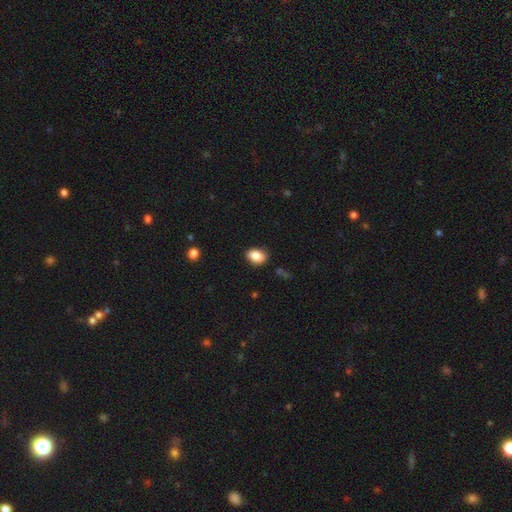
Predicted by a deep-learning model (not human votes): Smooth or featured: smooth — 87% (star or artifact — 8%)
How rounded: in between — 77% (round — 22%)
Merging: none — 85% (minor disturbance — 12%)